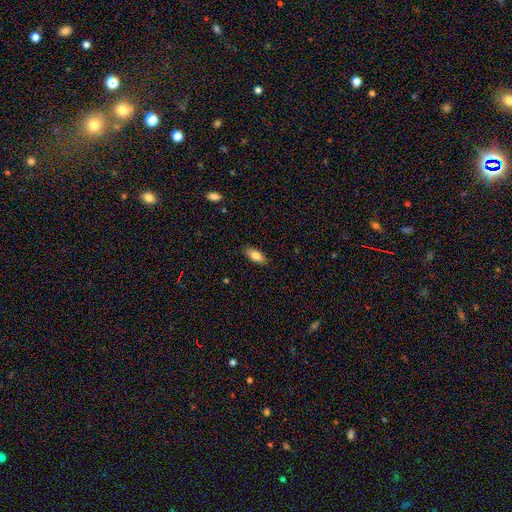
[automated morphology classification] type=smooth (82%); roundness=in between (85%); merging=none (87%).